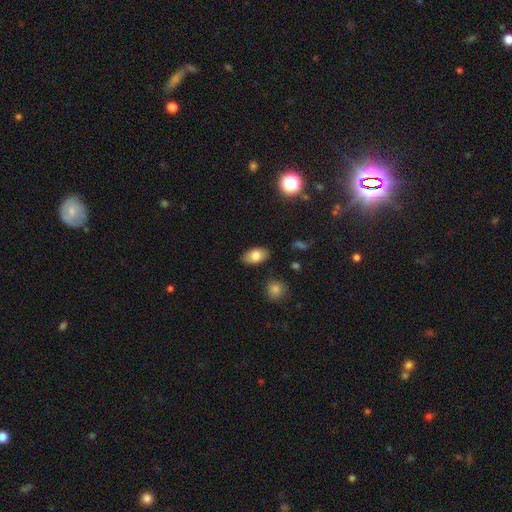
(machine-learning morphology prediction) type=smooth (78%); roundness=in between (92%); merging=none (86%).